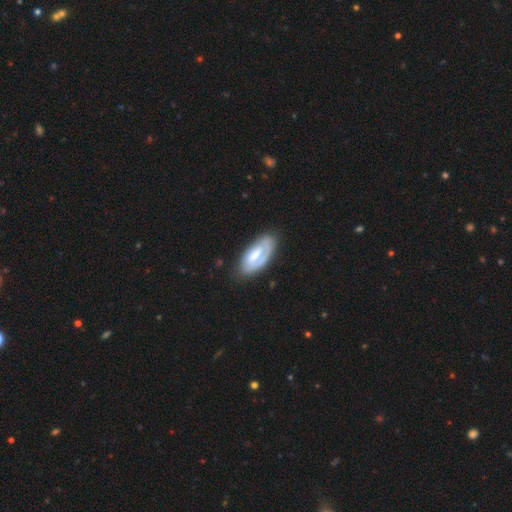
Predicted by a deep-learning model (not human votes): The model was most divided on "smooth or featured": featured or disk: 55%, smooth: 39%, star or artifact: 5%. More confident: edge-on disk — no (90%); merging — none (67%).